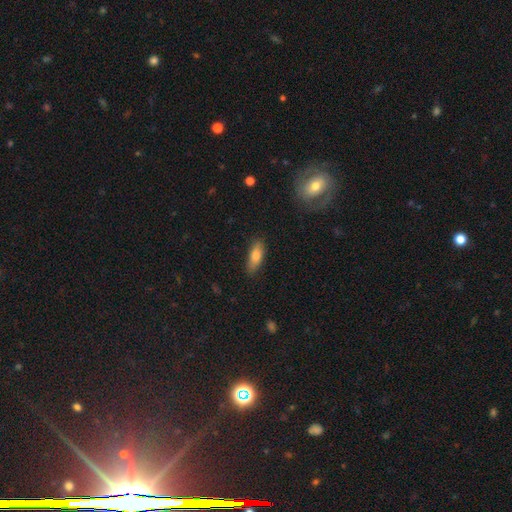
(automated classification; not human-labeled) smooth 83%, featured or disk 11%, star or artifact 7%. Down the decision tree: how rounded — in between (70%); merging — none (79%).